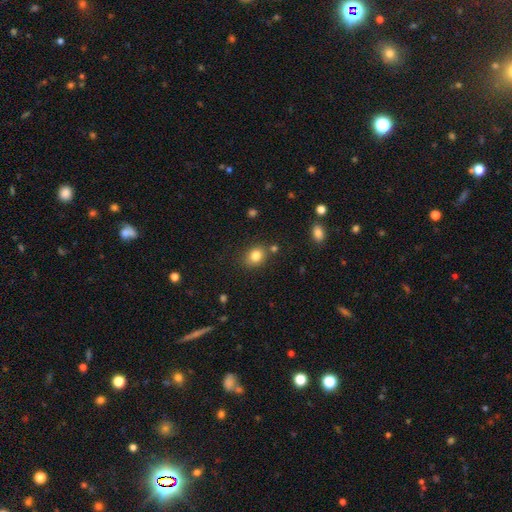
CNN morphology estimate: Overall: smooth (82%). How rounded: round (57%; in between 43%). Merging: none (78%).